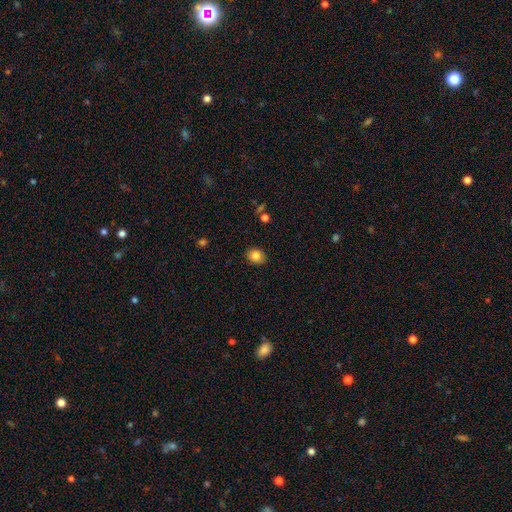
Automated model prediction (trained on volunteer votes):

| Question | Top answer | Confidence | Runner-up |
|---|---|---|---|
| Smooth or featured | smooth | 82% | star or artifact (10%) |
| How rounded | round | 52% | in between (47%) |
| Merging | none | 88% | minor disturbance (9%) |